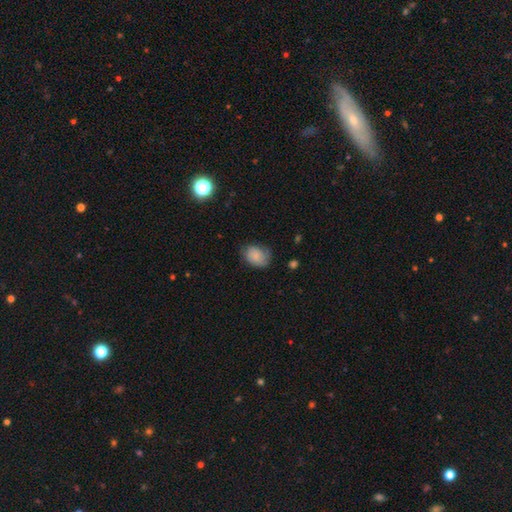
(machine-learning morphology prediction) A smooth galaxy with no disk features (69%) that is in between round and cigar-shaped (61%).

Vote fractions:
- Smooth or featured? smooth: 69% / featured or disk: 23% / star or artifact: 8%
- How rounded? in between: 61% / round: 38% / cigar-shaped: 1%
- Merging? none: 61% / minor disturbance: 28% / major disturbance: 9% / merger: 1%